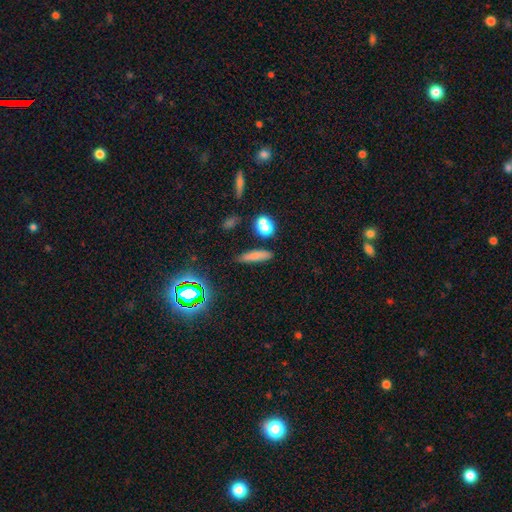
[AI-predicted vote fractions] This appears to be a smooth galaxy with no disk features (73%) that is cigar-shaped (73%). Merging: none (78%).